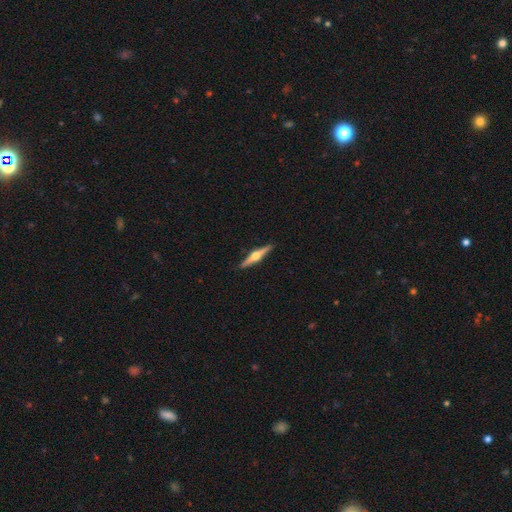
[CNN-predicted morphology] The model was most divided on "smooth or featured": featured or disk: 79%, smooth: 17%, star or artifact: 5%. More confident: edge-on disk — yes (98%); edge-on bulge — rounded (96%); merging — none (92%).